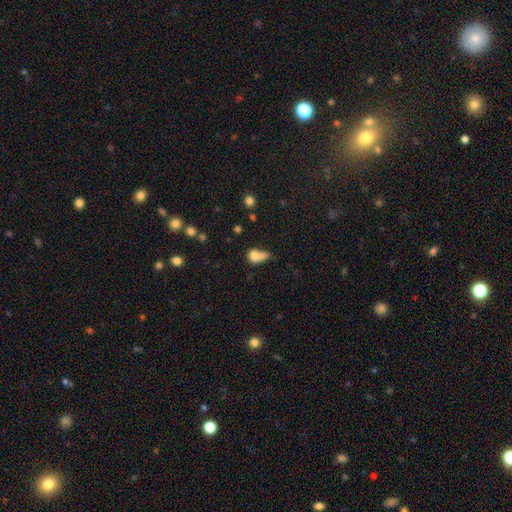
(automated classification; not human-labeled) The model was most divided on "merging": merger: 37%, none: 22%, minor disturbance: 20%, major disturbance: 20%. More confident: smooth or featured — smooth (72%); how rounded — in between (60%).